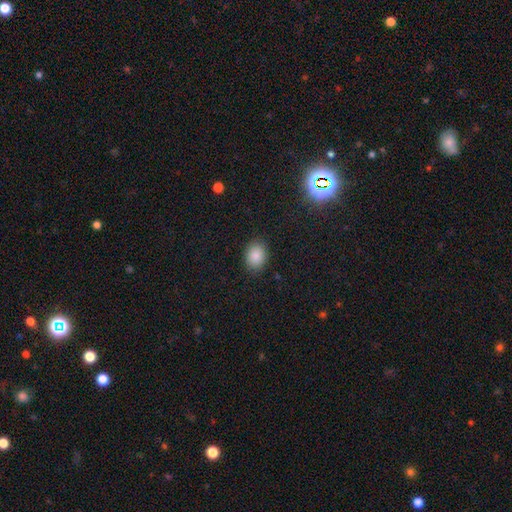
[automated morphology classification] A smooth galaxy with no disk features (87%) that is in between round and cigar-shaped (63%).

Vote fractions:
- Smooth or featured? smooth: 87% / star or artifact: 9% / featured or disk: 4%
- How rounded? in between: 63% / round: 36% / cigar-shaped: 1%
- Merging? none: 87% / minor disturbance: 9% / major disturbance: 3% / merger: 1%